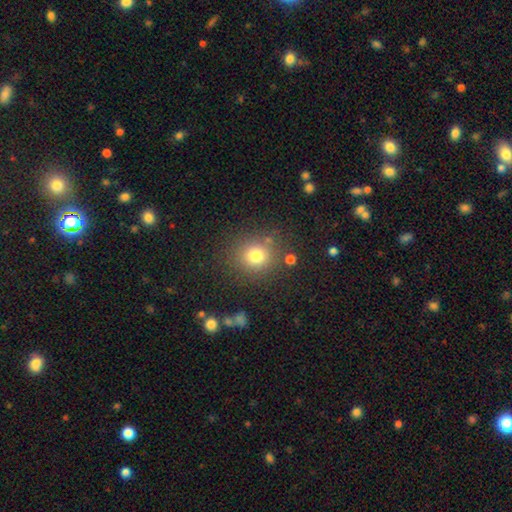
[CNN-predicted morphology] type=smooth (77%); roundness=round (86%); merging=none (82%).